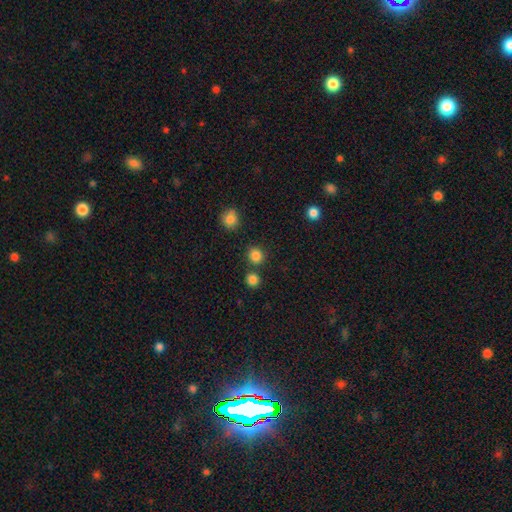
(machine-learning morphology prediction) A smooth galaxy with no disk features (83%) that is round (87%). Merging: none (81%).